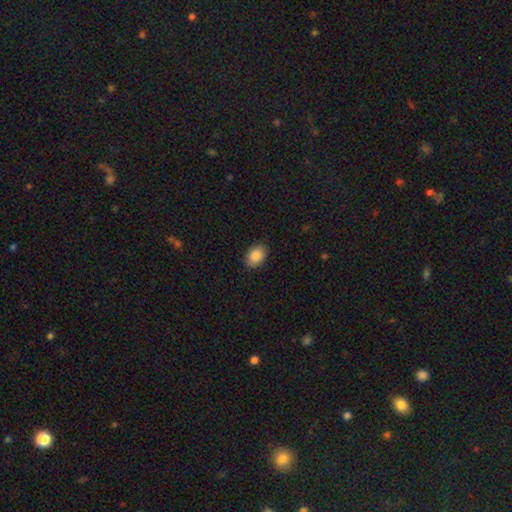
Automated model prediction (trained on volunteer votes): Smooth or featured: smooth — 88% (star or artifact — 7%)
How rounded: in between — 77% (round — 21%)
Merging: none — 88% (minor disturbance — 9%)